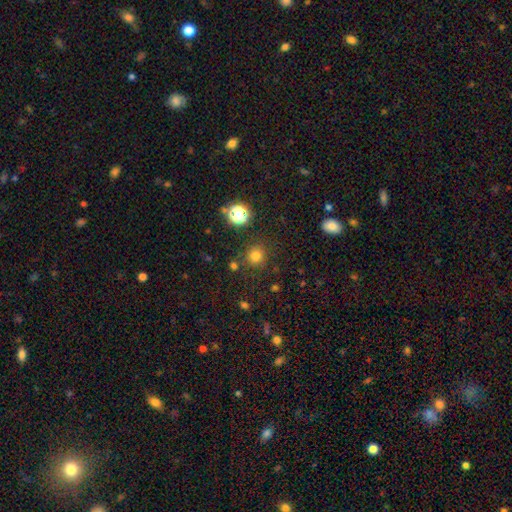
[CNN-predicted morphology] smooth 72%, star or artifact 22%, featured or disk 6%. Down the decision tree: how rounded — round (91%); merging — none (84%).